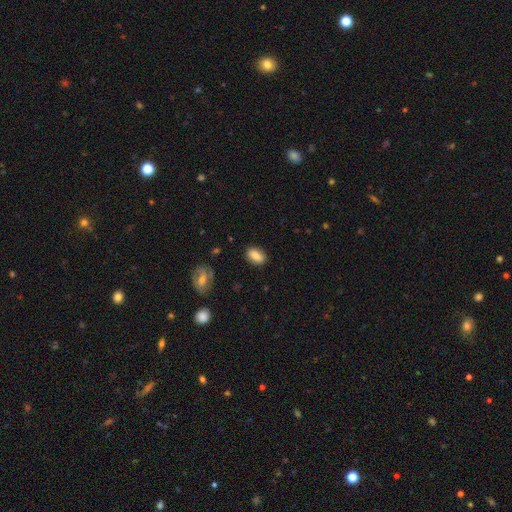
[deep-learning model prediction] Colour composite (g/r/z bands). It shows a smooth galaxy with no disk features (83%) that is in between round and cigar-shaped (89%). Merging: none (85%).